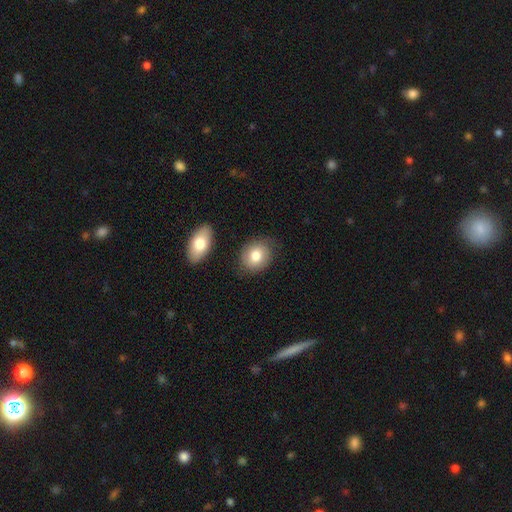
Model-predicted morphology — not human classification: Smooth or featured?
  - smooth: 79% *
  - featured or disk: 14%
  - star or artifact: 7%
How rounded?
  - in between: 52% *
  - round: 47%
  - cigar-shaped: 1%
Merging?
  - none: 78% *
  - minor disturbance: 14%
  - merger: 5%
  - major disturbance: 4%